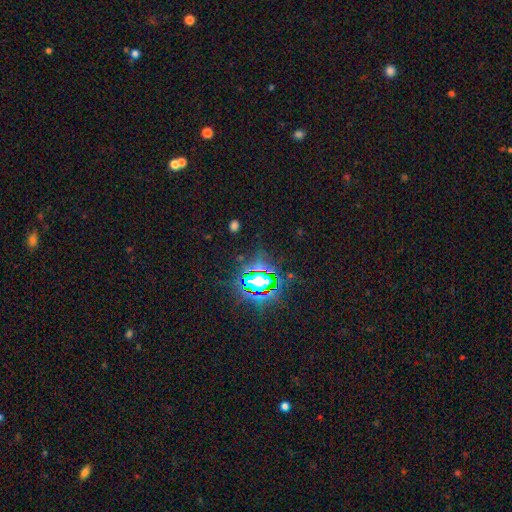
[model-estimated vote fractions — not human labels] Smooth or featured: star or artifact — 81% (smooth — 11%)